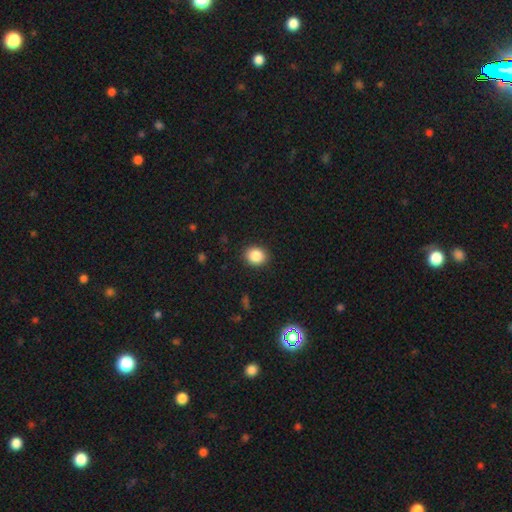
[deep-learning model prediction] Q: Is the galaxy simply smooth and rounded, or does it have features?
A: smooth — 86%.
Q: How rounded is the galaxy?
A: round — 70%.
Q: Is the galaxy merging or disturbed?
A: none — 90%.